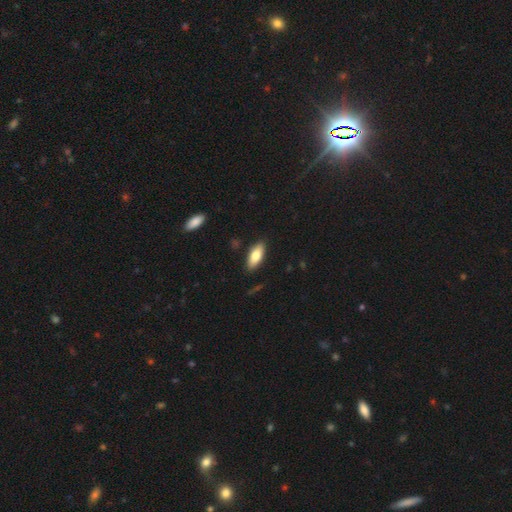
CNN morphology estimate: A smooth galaxy with no disk features (78%) that is in between round and cigar-shaped (80%). Merging: none (87%).